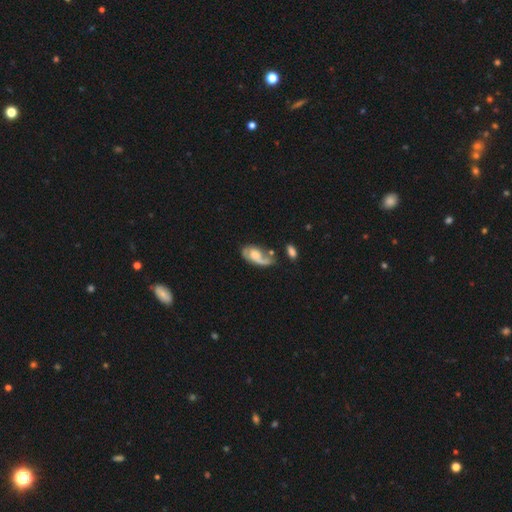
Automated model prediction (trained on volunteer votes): Smooth or featured? featured or disk (68%)
Edge-on disk? no (95%)
Bar? no (69%)
Spiral arms? yes (85%)
Spiral winding? loose (45%)
Spiral arm count? 2 (46%)
Bulge size? moderate (47%)
Merging? none (37%)